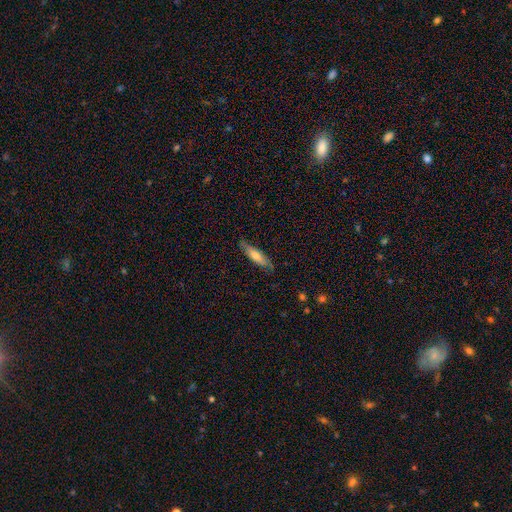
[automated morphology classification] Smooth or featured? Predicted: smooth (p=0.63). How rounded? Predicted: cigar-shaped (p=0.73). Merging? Predicted: none (p=0.82).